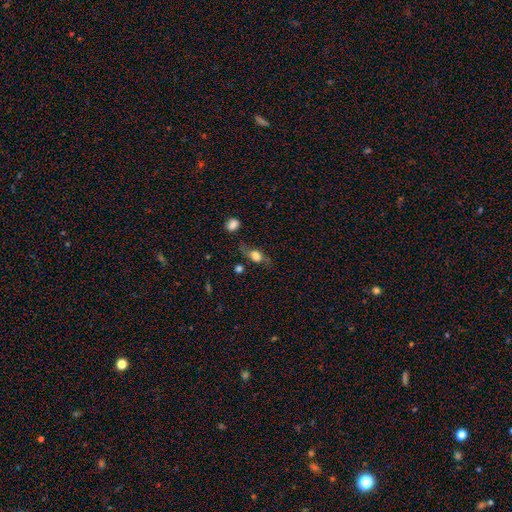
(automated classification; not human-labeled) Smooth or featured? Predicted: smooth (p=0.50). How rounded? Predicted: in between (p=0.63). Merging? Predicted: none (p=0.58).